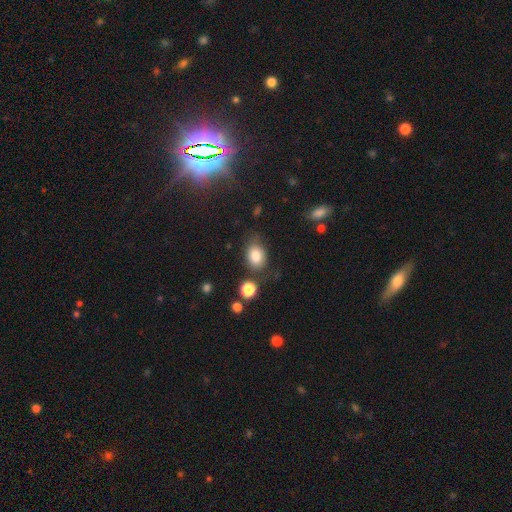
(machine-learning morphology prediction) The model was most divided on "how rounded": in between: 69%, round: 30%, cigar-shaped: 1%. More confident: smooth or featured — smooth (83%); merging — none (64%).